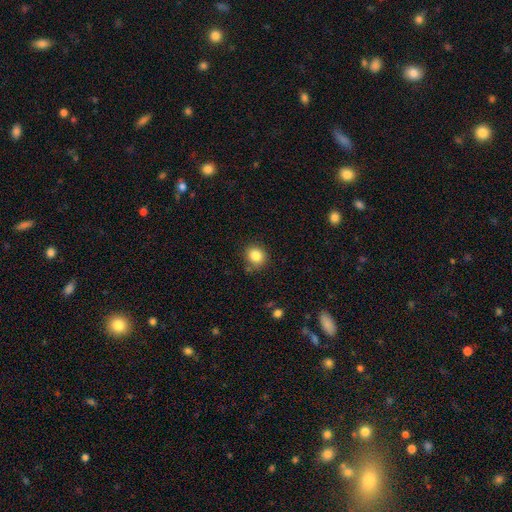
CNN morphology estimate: smooth_or_featured: smooth (p=0.84) [alt: star or artifact p=0.10]
how_rounded: round (p=0.81) [alt: in between p=0.18]
merging: none (p=0.82) [alt: minor disturbance p=0.12]